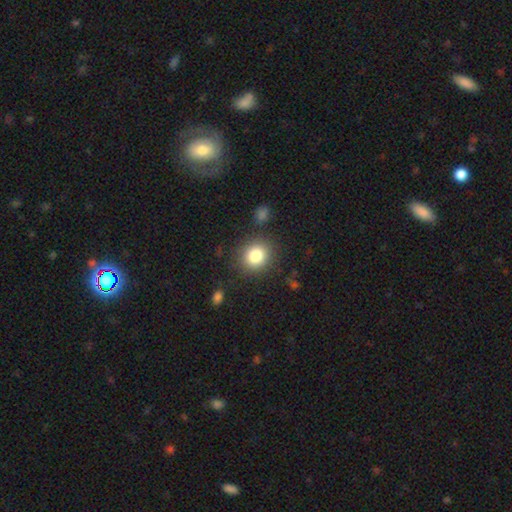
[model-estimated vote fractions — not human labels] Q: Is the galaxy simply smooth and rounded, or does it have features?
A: smooth — 82%.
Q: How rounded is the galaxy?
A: round — 77%.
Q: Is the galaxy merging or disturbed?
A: none — 85%.